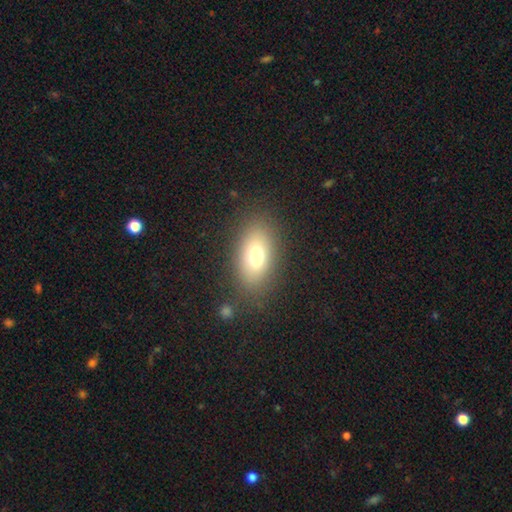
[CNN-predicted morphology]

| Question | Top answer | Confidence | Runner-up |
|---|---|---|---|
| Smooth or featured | smooth | 71% | featured or disk (17%) |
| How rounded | in between | 86% | round (10%) |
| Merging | none | 83% | minor disturbance (10%) |